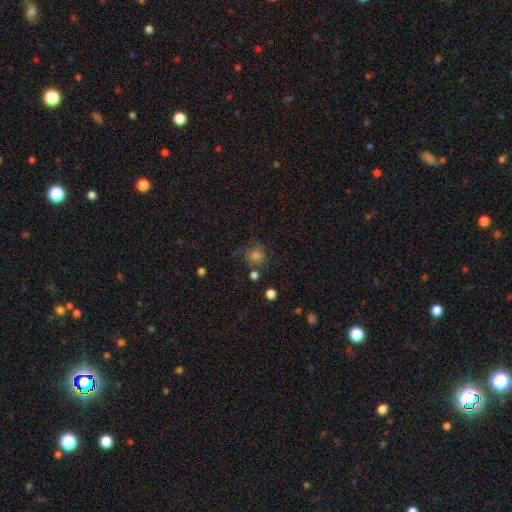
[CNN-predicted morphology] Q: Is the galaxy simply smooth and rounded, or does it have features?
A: smooth — 65%.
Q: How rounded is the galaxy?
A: round — 86%.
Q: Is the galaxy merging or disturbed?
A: none — 66%.